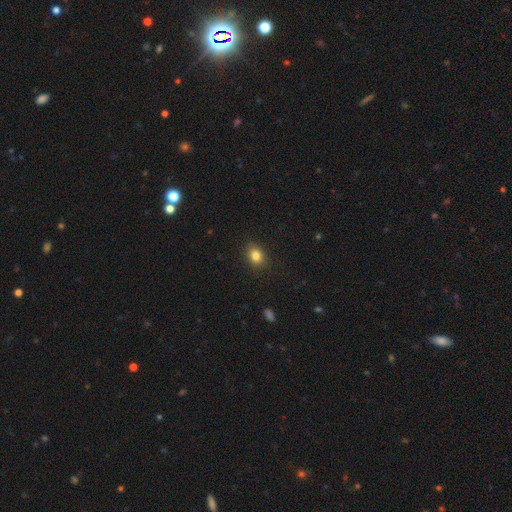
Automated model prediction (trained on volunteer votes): Overall: smooth (83%). How rounded: in between (54%; round 45%). Merging: none (88%).